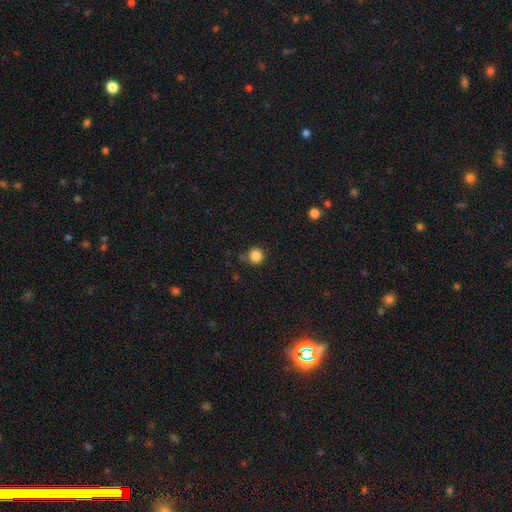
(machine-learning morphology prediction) Smooth or featured?
  - smooth: 86% *
  - star or artifact: 11%
  - featured or disk: 4%
How rounded?
  - round: 94% *
  - in between: 5%
  - cigar-shaped: 1%
Merging?
  - none: 78% *
  - minor disturbance: 14%
  - merger: 5%
  - major disturbance: 4%